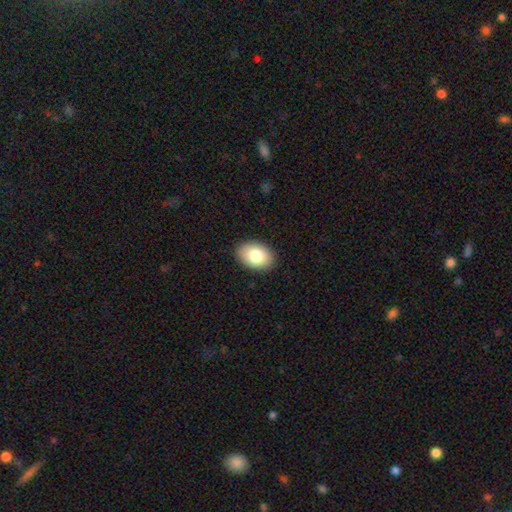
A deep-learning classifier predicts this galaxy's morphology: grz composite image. It shows a smooth galaxy with no disk features (82%) that is in between round and cigar-shaped (84%). Merging: none (90%).